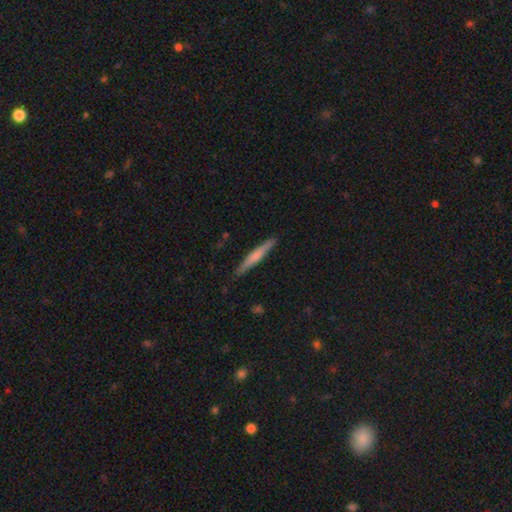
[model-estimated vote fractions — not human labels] Smooth or featured? smooth (53%)
How rounded? cigar-shaped (95%)
Merging? none (89%)